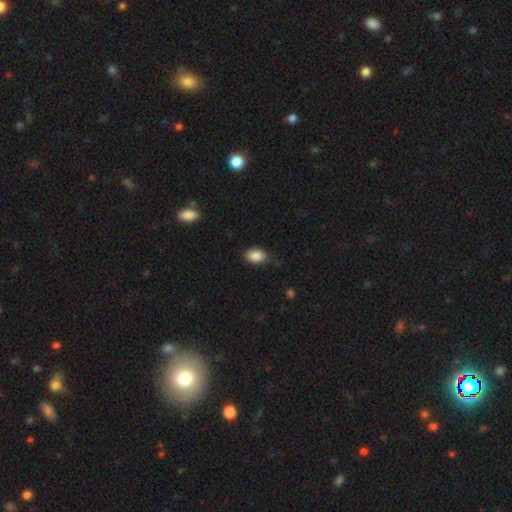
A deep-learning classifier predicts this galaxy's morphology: smooth_or_featured: smooth (p=0.87) [alt: star or artifact p=0.08]
how_rounded: in between (p=0.77) [alt: round p=0.22]
merging: none (p=0.66) [alt: minor disturbance p=0.27]